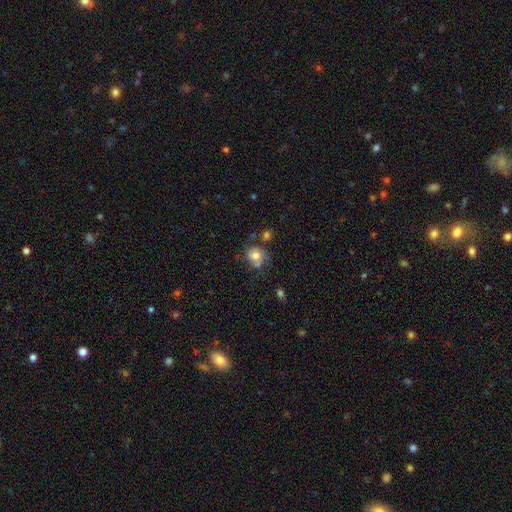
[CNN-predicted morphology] This appears to be a smooth galaxy with no disk features (56%) that is round (69%). Merging: none (48%).